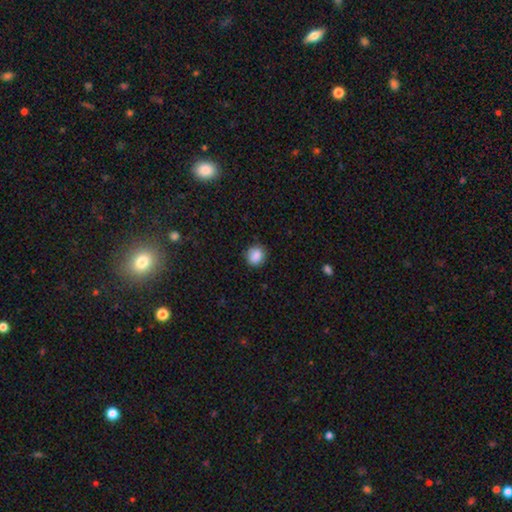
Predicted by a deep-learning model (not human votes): The model was most divided on "how rounded": round: 81%, in between: 18%, cigar-shaped: 1%. More confident: smooth or featured — smooth (87%); merging — none (85%).